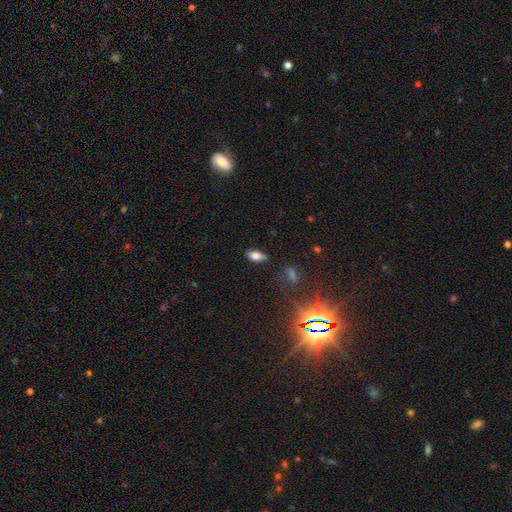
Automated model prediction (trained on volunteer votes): Morphology: type=smooth (72%); roundness=in between (86%); merging=none (85%).